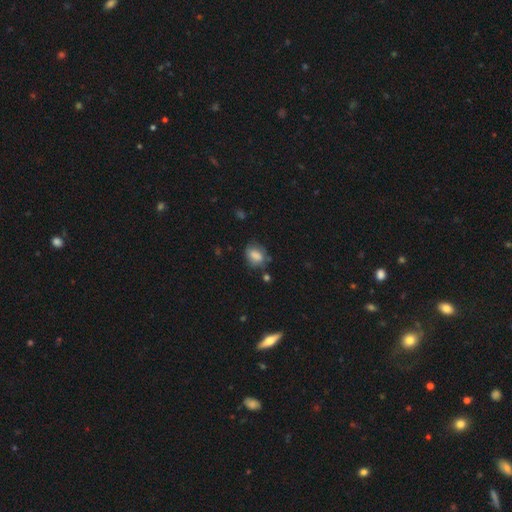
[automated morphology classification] smooth-or-featured: smooth: 77% | featured or disk: 13% | star or artifact: 10%
  how-rounded: in between: 65% | round: 34% | cigar-shaped: 1%
  merging: none: 57% | minor disturbance: 27% | major disturbance: 10% | merger: 6%